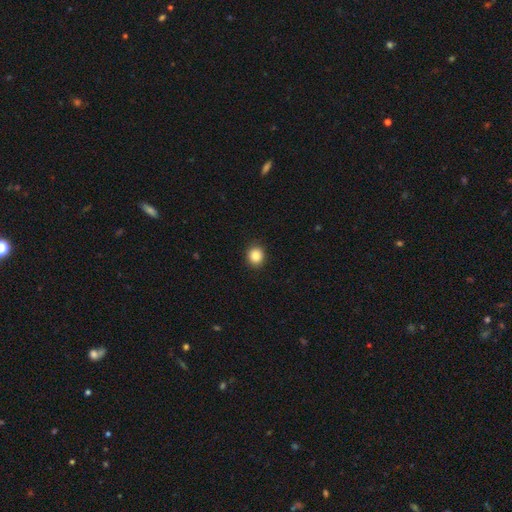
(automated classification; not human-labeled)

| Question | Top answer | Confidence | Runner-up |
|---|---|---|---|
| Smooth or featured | smooth | 86% | star or artifact (10%) |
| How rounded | round | 83% | in between (16%) |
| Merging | none | 92% | minor disturbance (5%) |